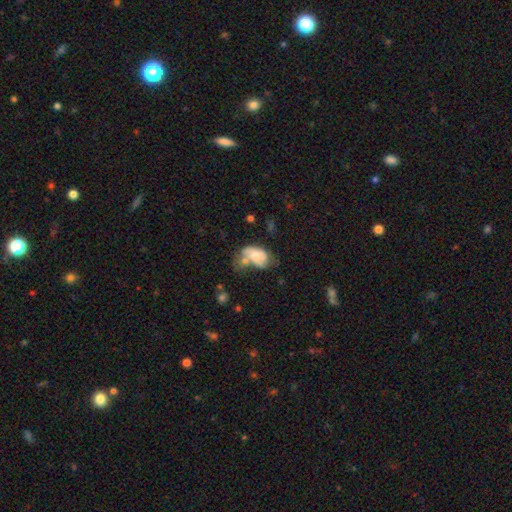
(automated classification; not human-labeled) Overall: smooth (56%; featured or disk 36%). How rounded: in between (85%). Merging: merger (38%; major disturbance 23%).